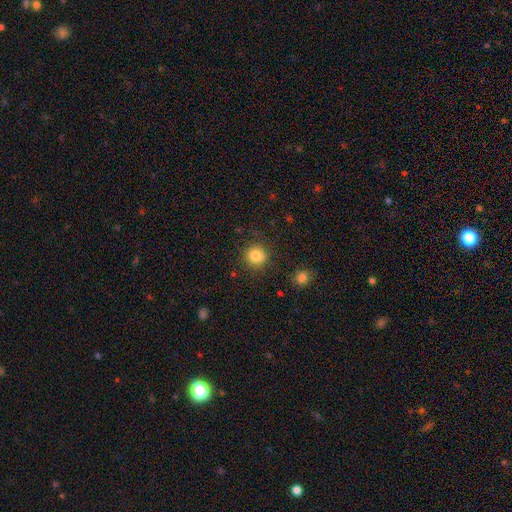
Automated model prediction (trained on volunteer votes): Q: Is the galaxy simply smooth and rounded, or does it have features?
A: smooth — 84%.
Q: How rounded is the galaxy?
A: round — 90%.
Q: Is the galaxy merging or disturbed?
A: none — 85%.